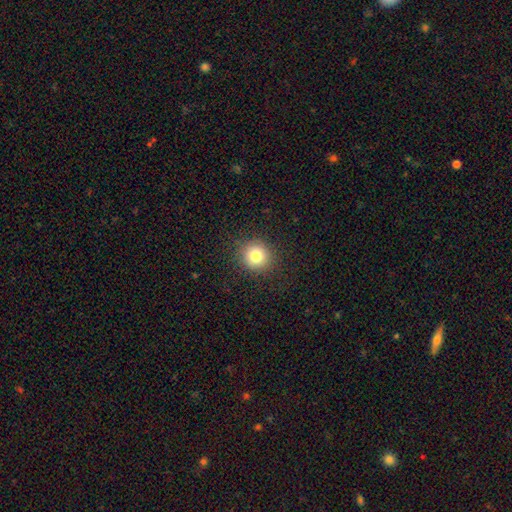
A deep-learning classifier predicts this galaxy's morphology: The model was most divided on "smooth or featured": smooth: 80%, star or artifact: 12%, featured or disk: 8%. More confident: how rounded — round (92%); merging — none (90%).